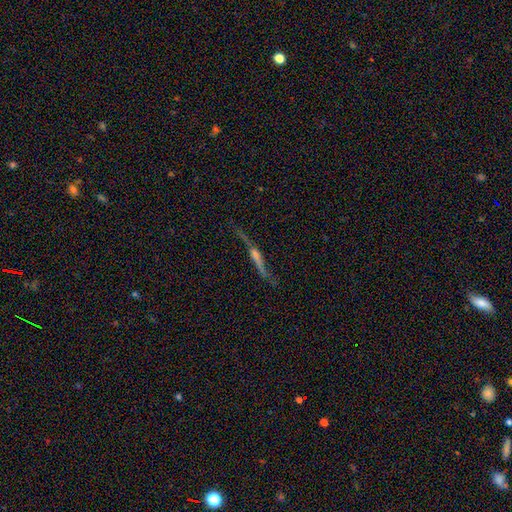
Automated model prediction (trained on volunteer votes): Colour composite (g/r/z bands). It shows a featured or disk galaxy (75%) viewed edge-on (84%) with a rounded central bulge (64%). Merging: none (63%).